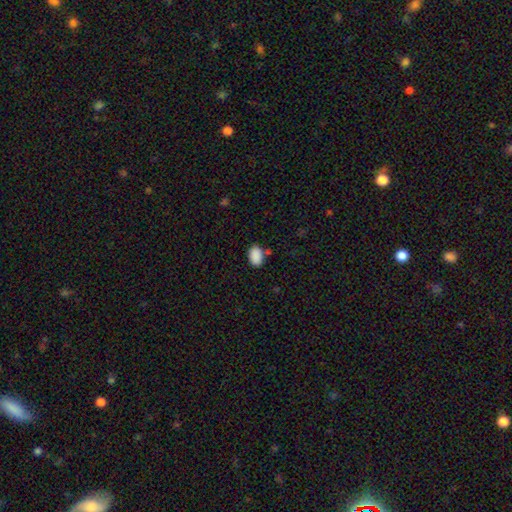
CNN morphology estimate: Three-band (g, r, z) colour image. It shows a smooth galaxy with no disk features (89%) that is in between round and cigar-shaped (90%). Merging: none (76%).